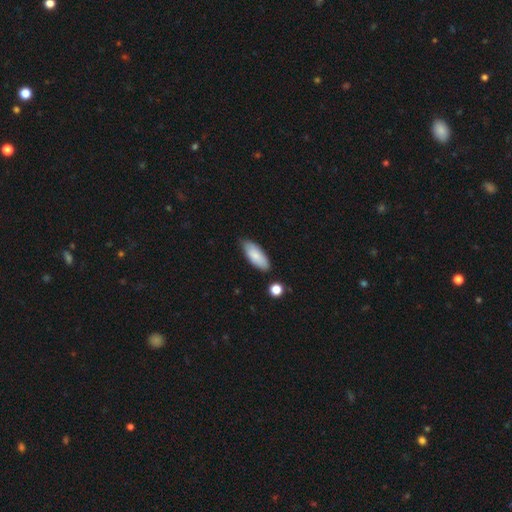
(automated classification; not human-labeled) Q: Smooth or featured?
A: smooth (82%); runner-up: featured or disk (12%)
Q: How rounded?
A: in between (80%); runner-up: cigar-shaped (18%)
Q: Merging?
A: none (76%); runner-up: minor disturbance (18%)